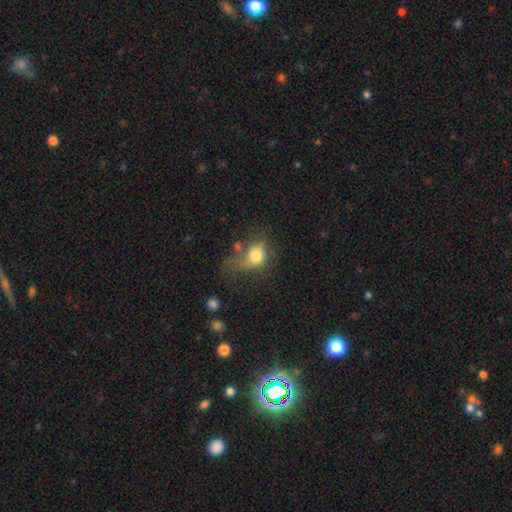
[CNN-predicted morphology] smooth-or-featured: smooth: 71% | featured or disk: 19% | star or artifact: 10%
  how-rounded: in between: 51% | round: 47% | cigar-shaped: 2%
  merging: major disturbance: 36% | none: 29% | minor disturbance: 24% | merger: 11%